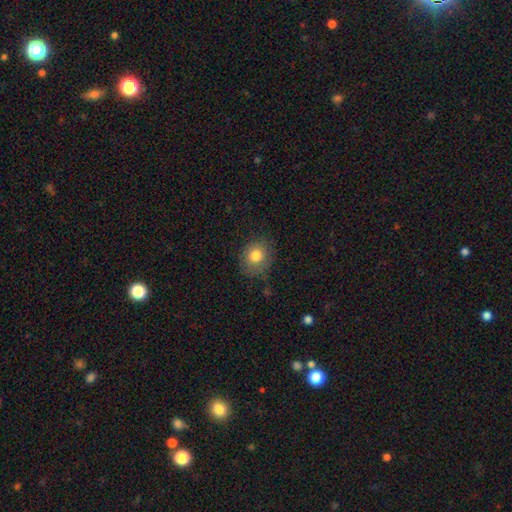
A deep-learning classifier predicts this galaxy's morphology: This appears to be a smooth galaxy with no disk features (80%) that is round (70%). Merging: none (76%).